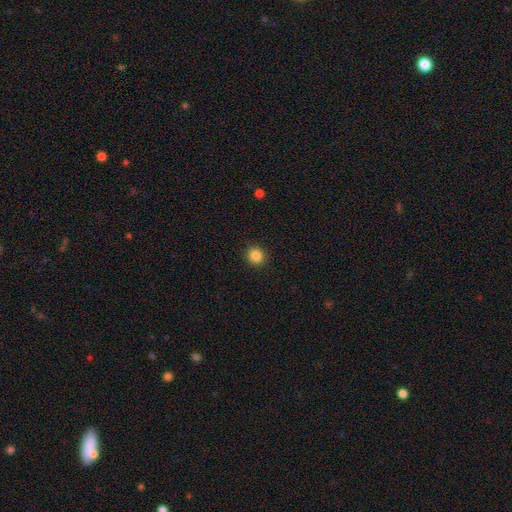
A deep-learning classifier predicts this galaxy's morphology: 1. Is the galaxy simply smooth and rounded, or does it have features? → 86% smooth, 10% star or artifact, 4% featured or disk.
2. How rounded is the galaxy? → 85% round, 14% in between, 1% cigar-shaped.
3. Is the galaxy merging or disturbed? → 91% none, 6% minor disturbance, 2% major disturbance, 1% merger.